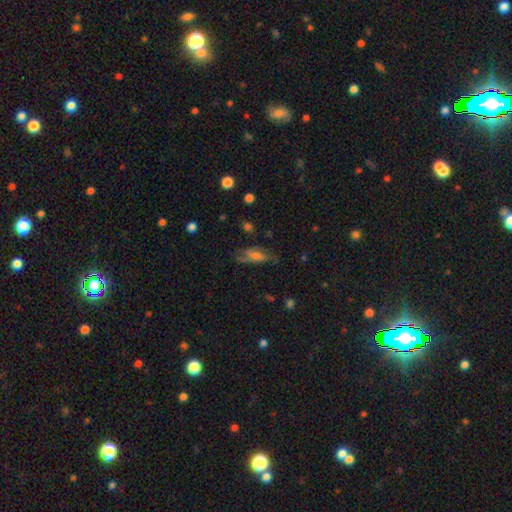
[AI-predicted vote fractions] featured or disk 48%, smooth 39%, star or artifact 13%. Down the decision tree: merging — none (57%).